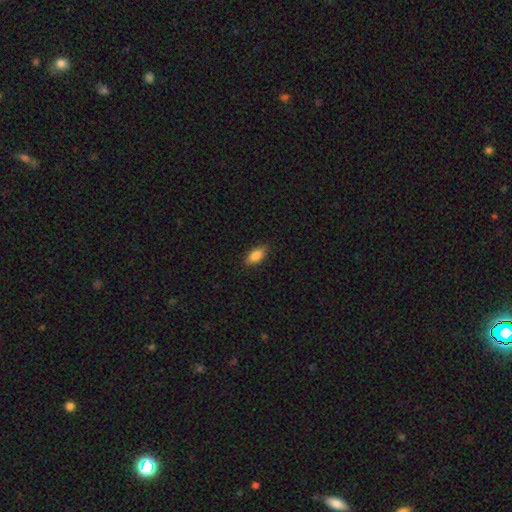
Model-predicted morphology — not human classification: smooth_or_featured: smooth (p=0.83) [alt: featured or disk p=0.10]
how_rounded: in between (p=0.85) [alt: cigar-shaped p=0.12]
merging: none (p=0.87) [alt: minor disturbance p=0.10]